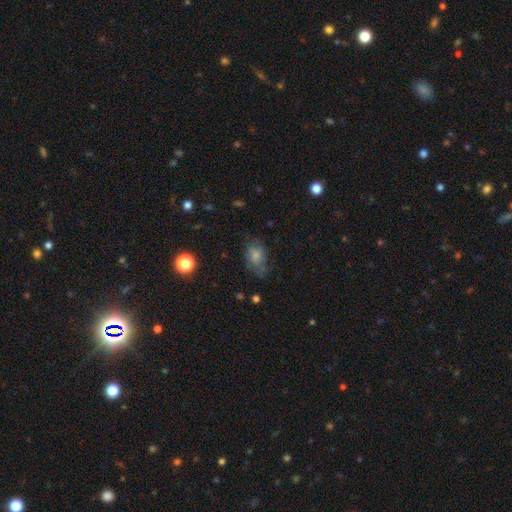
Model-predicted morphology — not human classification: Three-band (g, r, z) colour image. It shows a smooth galaxy with no disk features (72%) that is in between round and cigar-shaped (84%). Merging: none (54%).